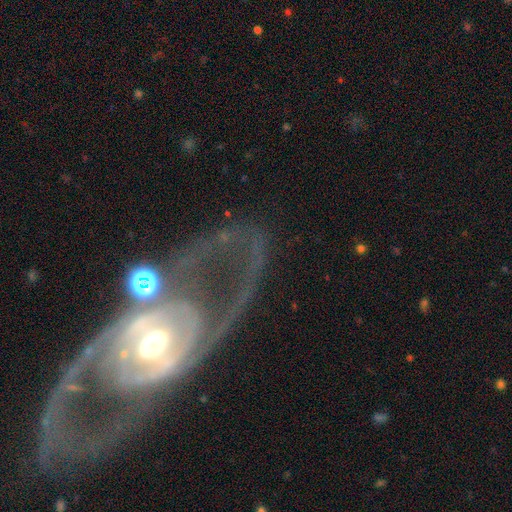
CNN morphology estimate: smooth_or_featured: featured or disk (p=0.83) [alt: smooth p=0.10]
disk_edge_on: no (p=0.93) [alt: yes p=0.07]
bar: no (p=0.43) [alt: weak p=0.30]
has_spiral_arms: yes (p=0.75) [alt: no p=0.25]
spiral_winding: medium (p=0.41) [alt: tight p=0.37]
spiral_arm_count: 2 (p=0.69) [alt: can't tell p=0.15]
bulge_size: moderate (p=0.62) [alt: small p=0.21]
merging: none (p=0.63) [alt: major disturbance p=0.16]